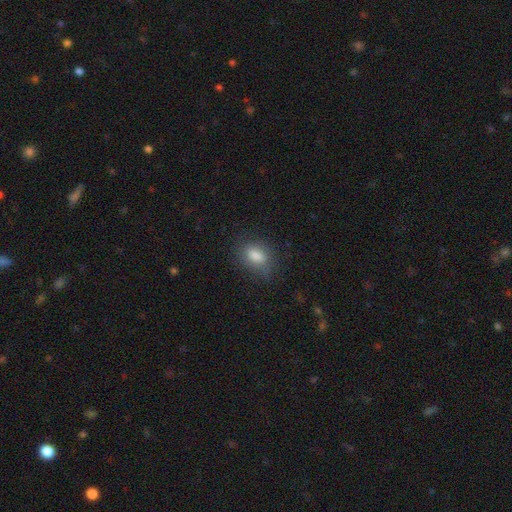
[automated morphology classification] The model was most divided on "merging": none: 71%, minor disturbance: 20%, major disturbance: 7%, merger: 1%. More confident: smooth or featured — smooth (82%); how rounded — in between (81%).